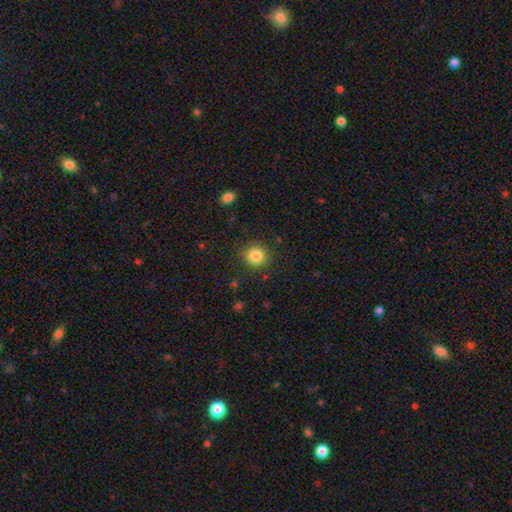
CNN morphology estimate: This appears to be a smooth galaxy with no disk features (85%) that is round (87%). Merging: none (87%).